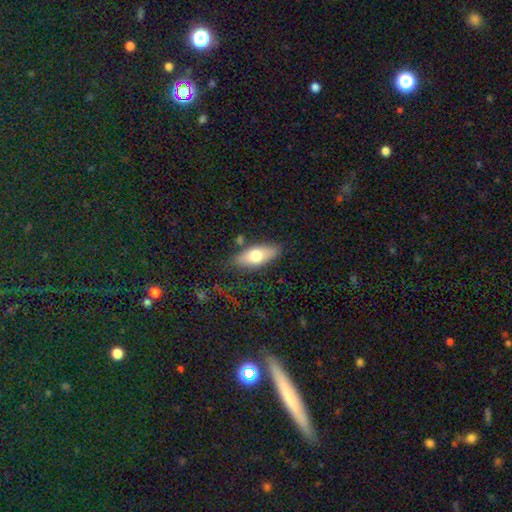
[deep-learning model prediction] Smooth or featured? smooth (67%)
How rounded? in between (79%)
Merging? none (78%)